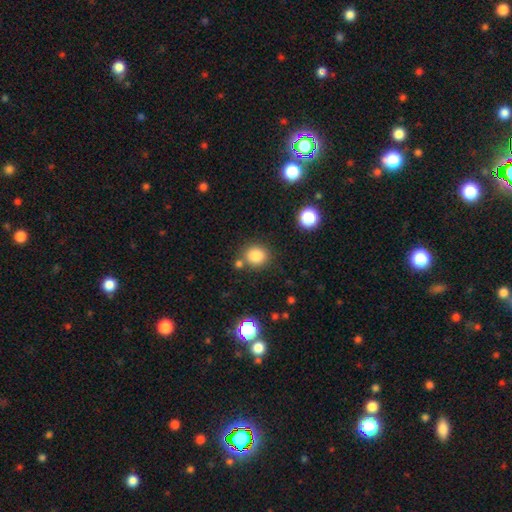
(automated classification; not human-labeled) Smooth or featured?
  - smooth: 84% *
  - star or artifact: 11%
  - featured or disk: 5%
How rounded?
  - round: 83% *
  - in between: 16%
  - cigar-shaped: 1%
Merging?
  - none: 76% *
  - merger: 10%
  - minor disturbance: 10%
  - major disturbance: 3%